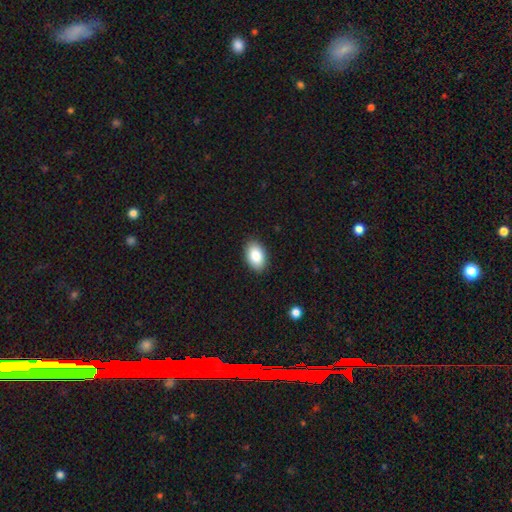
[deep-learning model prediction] Overall: smooth (86%). How rounded: in between (92%). Merging: none (90%).